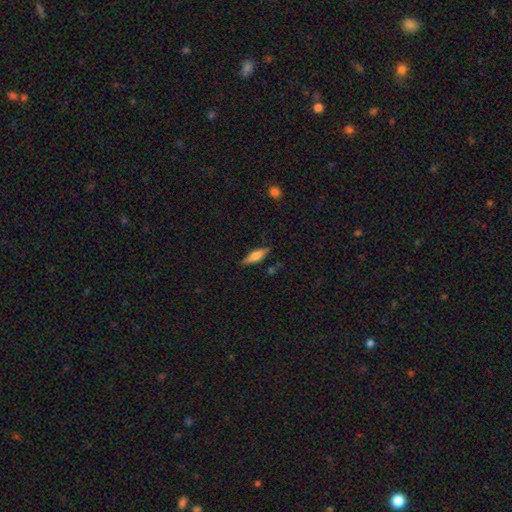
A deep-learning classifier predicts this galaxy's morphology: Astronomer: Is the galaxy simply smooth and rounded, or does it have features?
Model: smooth — 55% (runner-up: featured or disk, 38%).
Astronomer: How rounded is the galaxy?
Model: cigar-shaped — 54% (runner-up: in between, 44%).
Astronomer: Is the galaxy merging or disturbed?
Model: none — 82%.